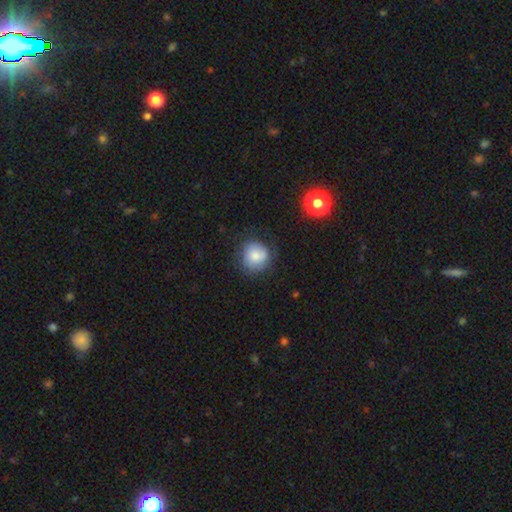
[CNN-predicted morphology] Smooth or featured: smooth — 77% (featured or disk — 14%)
How rounded: round — 88% (in between — 11%)
Merging: none — 74% (minor disturbance — 18%)